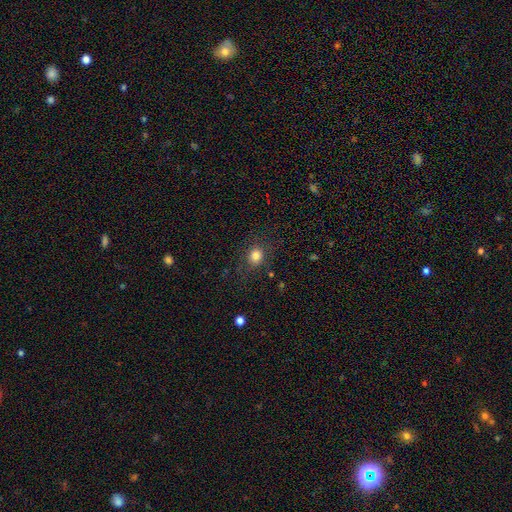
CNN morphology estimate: Smooth or featured? Predicted: smooth (p=0.81). How rounded? Predicted: round (p=0.72). Merging? Predicted: none (p=0.83).